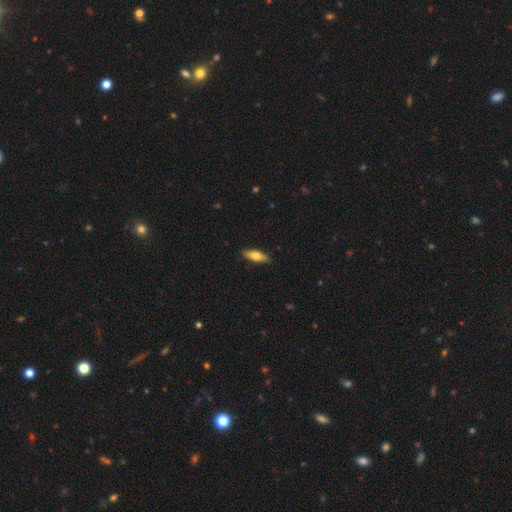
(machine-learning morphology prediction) smooth 64%, featured or disk 30%, star or artifact 6%. Down the decision tree: how rounded — in between (51%); merging — none (88%).